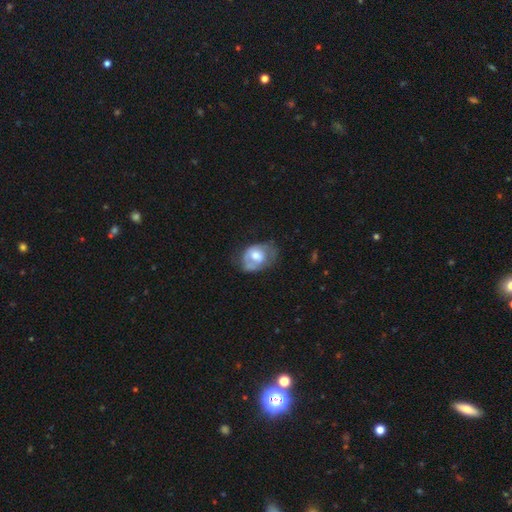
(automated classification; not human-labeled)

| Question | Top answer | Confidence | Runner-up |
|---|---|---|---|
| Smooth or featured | smooth | 49% | featured or disk (45%) |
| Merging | none | 37% | minor disturbance (34%) |